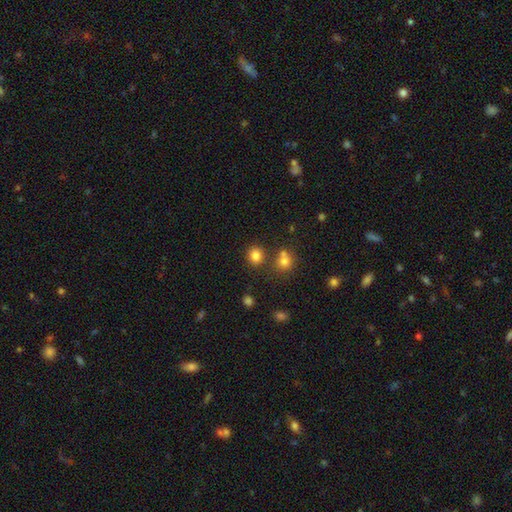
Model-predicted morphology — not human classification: smooth 82%, star or artifact 13%, featured or disk 5%. Down the decision tree: how rounded — round (78%); merging — none (78%).